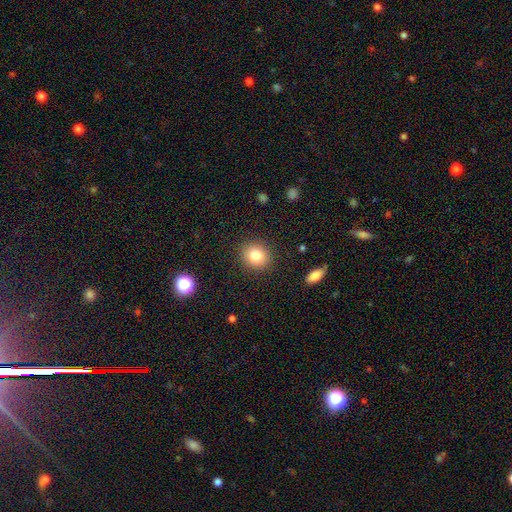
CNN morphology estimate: Q: Smooth or featured?
A: smooth (81%); runner-up: star or artifact (11%)
Q: How rounded?
A: round (79%); runner-up: in between (20%)
Q: Merging?
A: none (89%); runner-up: minor disturbance (7%)